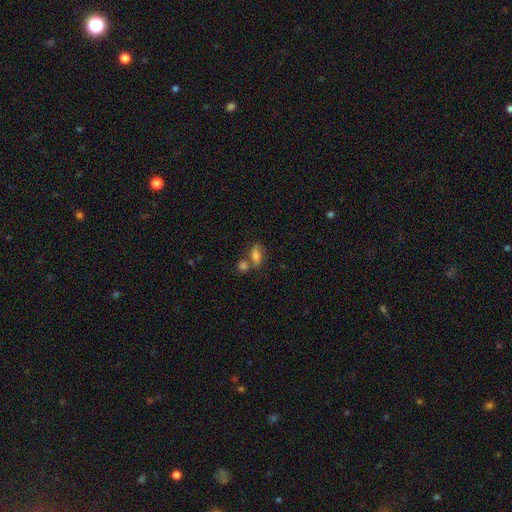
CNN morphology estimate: The model was most divided on "merging": none: 46%, merger: 33%, minor disturbance: 14%, major disturbance: 7%. More confident: how rounded — in between (81%); smooth or featured — smooth (68%).